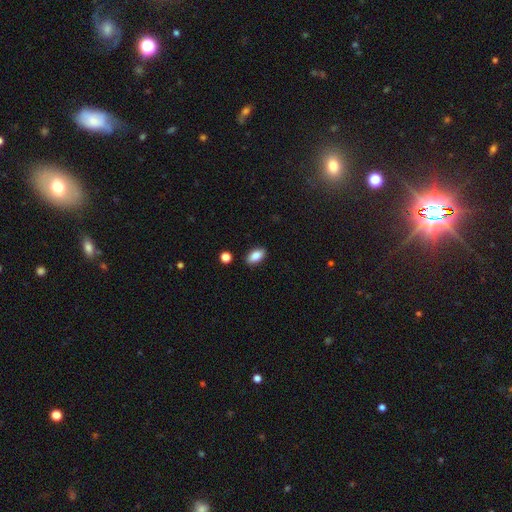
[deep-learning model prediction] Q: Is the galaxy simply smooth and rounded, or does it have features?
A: smooth — 87%.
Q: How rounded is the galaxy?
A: in between — 91%.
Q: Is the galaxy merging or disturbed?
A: none — 87%.